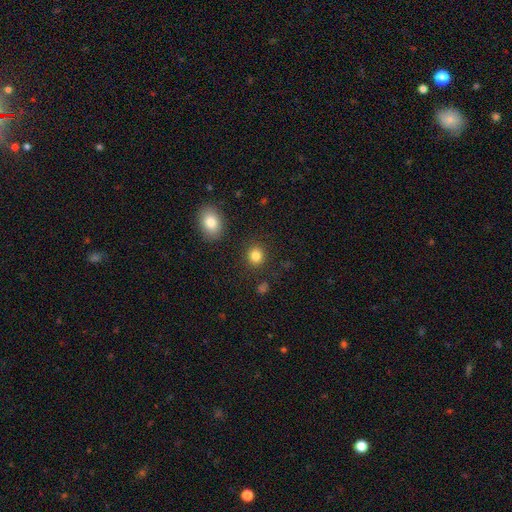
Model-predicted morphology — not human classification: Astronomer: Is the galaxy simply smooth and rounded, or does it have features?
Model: smooth — 85%.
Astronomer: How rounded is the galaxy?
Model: round — 83%.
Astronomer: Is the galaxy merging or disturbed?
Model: none — 89%.